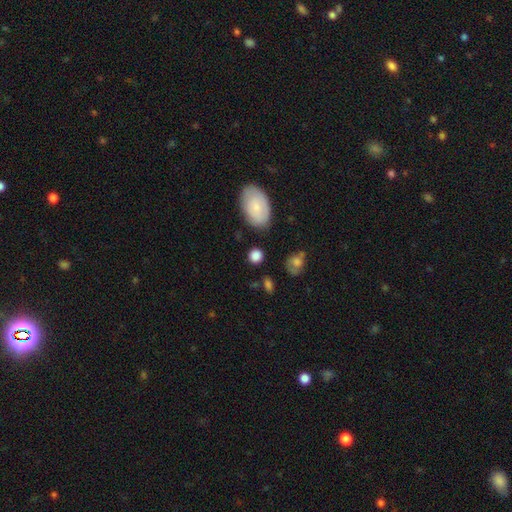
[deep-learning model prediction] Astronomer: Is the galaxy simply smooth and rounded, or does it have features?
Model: smooth — 83%.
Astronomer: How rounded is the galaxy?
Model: round — 71%.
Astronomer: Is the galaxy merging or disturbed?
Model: none — 79%.